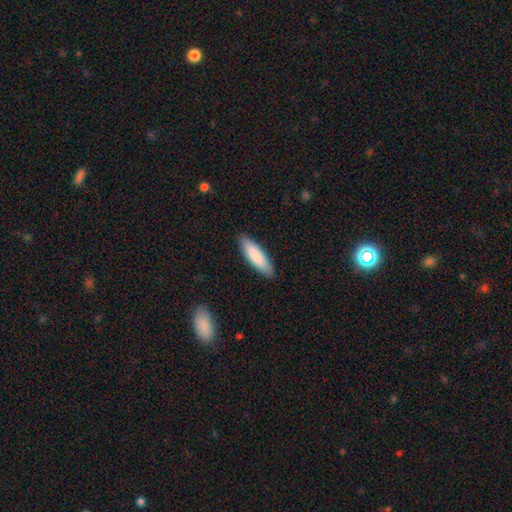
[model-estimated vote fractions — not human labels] A smooth galaxy with no disk features (87%) that is cigar-shaped (56%). Merging: none (89%).